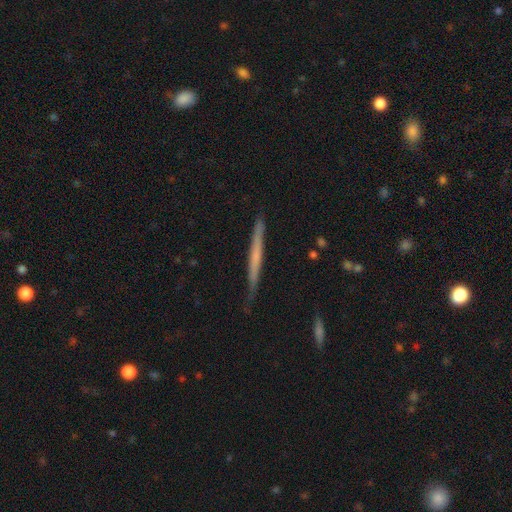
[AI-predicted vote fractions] Morphology: type=featured or disk (50%); edge-on=yes (96%); merging=none (79%).